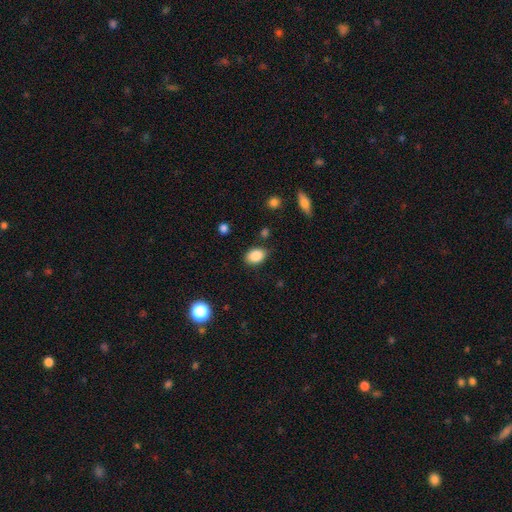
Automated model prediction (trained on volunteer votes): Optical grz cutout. It shows a smooth galaxy with no disk features (86%) that is in between round and cigar-shaped (78%). Merging: none (82%).